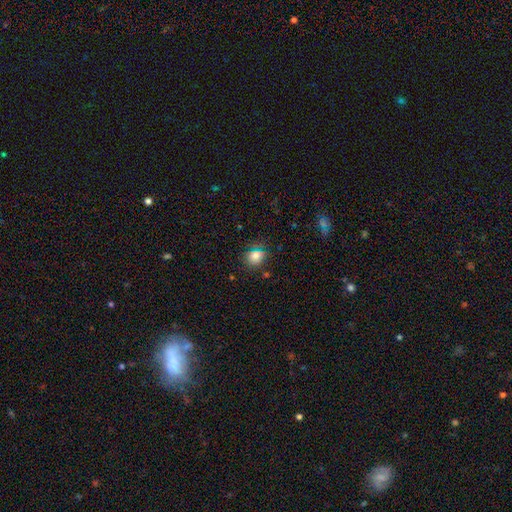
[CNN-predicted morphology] The model was most divided on "how rounded": round: 73%, in between: 25%, cigar-shaped: 1%. More confident: merging — none (80%); smooth or featured — smooth (76%).